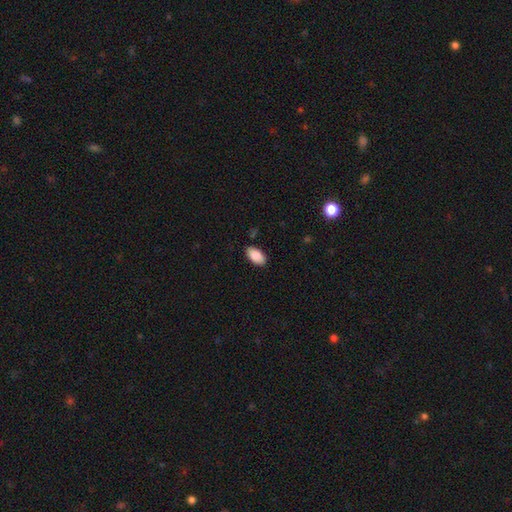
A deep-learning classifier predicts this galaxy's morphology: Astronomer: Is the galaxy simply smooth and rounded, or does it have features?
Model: smooth — 89%.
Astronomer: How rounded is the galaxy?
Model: in between — 95%.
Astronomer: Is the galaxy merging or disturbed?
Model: none — 87%.